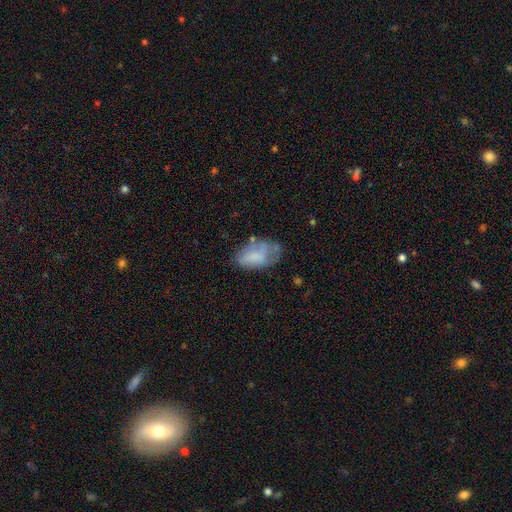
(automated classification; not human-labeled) Overall: smooth (64%; featured or disk 27%). How rounded: in between (92%). Merging: none (44%; minor disturbance 32%).